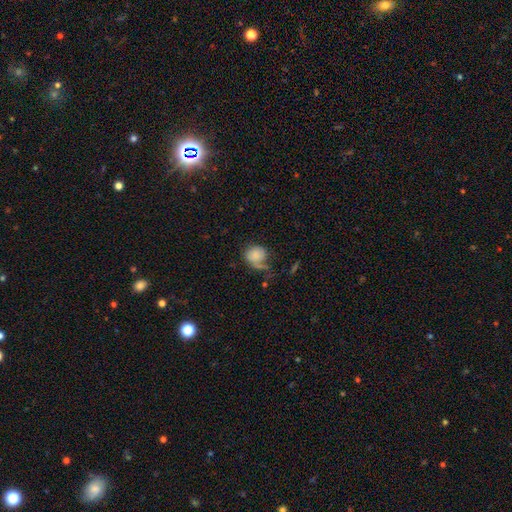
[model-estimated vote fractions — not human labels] Q: Smooth or featured?
A: smooth (72%); runner-up: featured or disk (19%)
Q: How rounded?
A: round (69%); runner-up: in between (30%)
Q: Merging?
A: none (40%); runner-up: minor disturbance (26%)